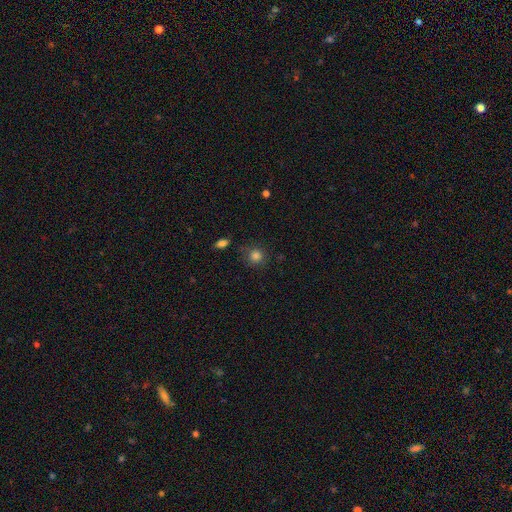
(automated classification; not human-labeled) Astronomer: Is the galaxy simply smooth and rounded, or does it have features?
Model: smooth — 82%.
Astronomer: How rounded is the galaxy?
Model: round — 88%.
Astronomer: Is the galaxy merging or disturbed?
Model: none — 80%.